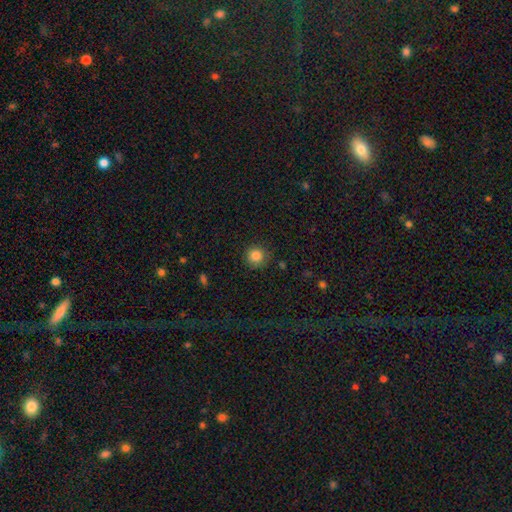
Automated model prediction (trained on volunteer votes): Morphology: type=smooth (85%); roundness=round (93%); merging=none (85%).